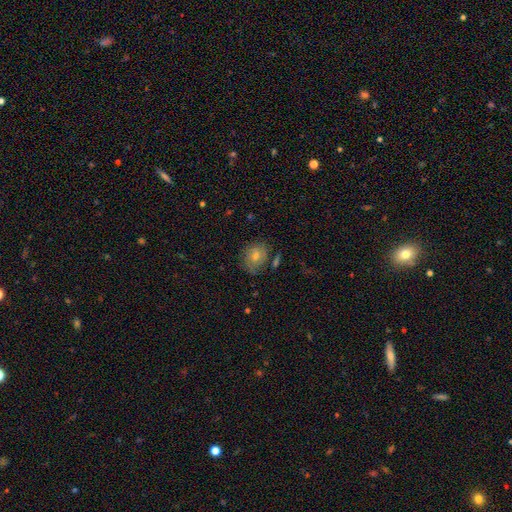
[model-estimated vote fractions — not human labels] Overall: smooth (49%; featured or disk 33%). Merging: none (72%).